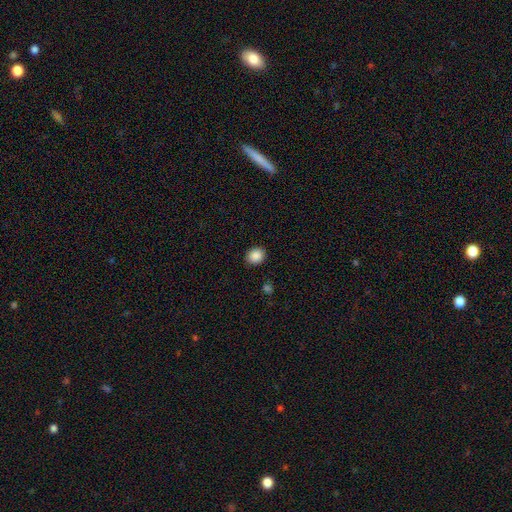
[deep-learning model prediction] smooth-or-featured: smooth: 88% | star or artifact: 9% | featured or disk: 3%
  how-rounded: round: 69% | in between: 30% | cigar-shaped: 1%
  merging: none: 91% | minor disturbance: 6% | major disturbance: 2% | merger: 1%